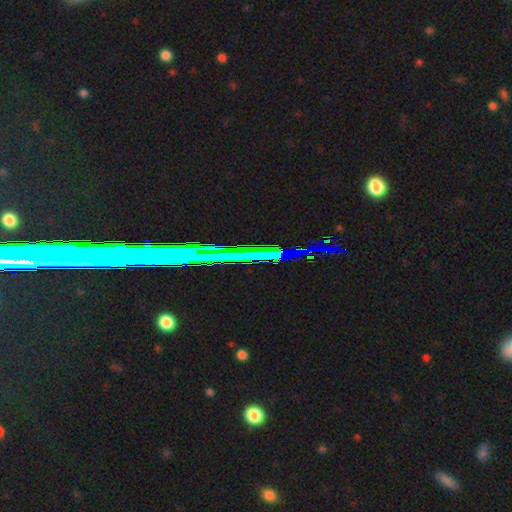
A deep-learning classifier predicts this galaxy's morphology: This appears to be a star or artifact, not a galaxy (53%).